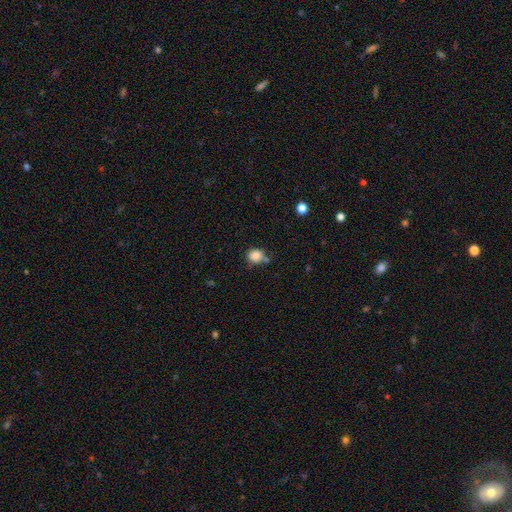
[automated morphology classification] smooth 85%, star or artifact 10%, featured or disk 4%. Down the decision tree: how rounded — round (76%); merging — none (64%).